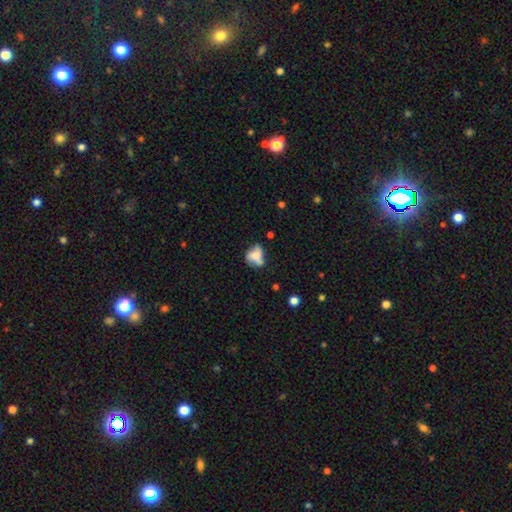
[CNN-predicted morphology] smooth_or_featured: smooth (p=0.54) [alt: featured or disk p=0.35]
how_rounded: in between (p=0.61) [alt: round p=0.37]
merging: none (p=0.39) [alt: minor disturbance p=0.25]